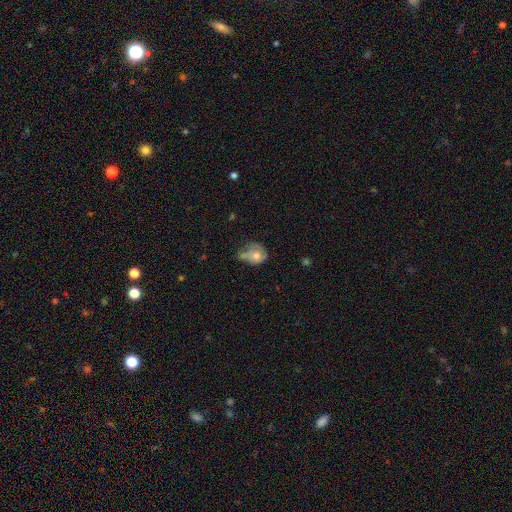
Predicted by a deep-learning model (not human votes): The model was most divided on "how rounded": round: 50%, in between: 49%, cigar-shaped: 1%. Remaining: smooth or featured — smooth (56%); merging — minor disturbance (34%).